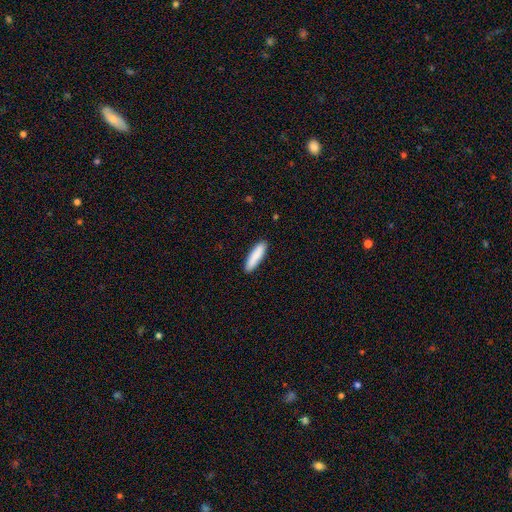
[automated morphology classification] smooth 87%, featured or disk 7%, star or artifact 6%. Down the decision tree: how rounded — cigar-shaped (74%); merging — none (90%).